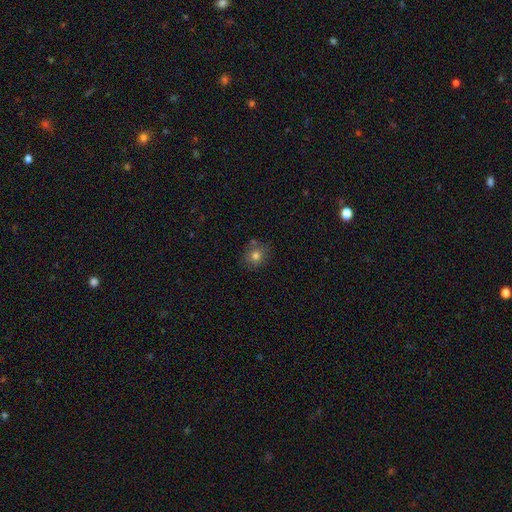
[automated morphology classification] type=smooth (78%); roundness=round (78%); merging=none (76%).